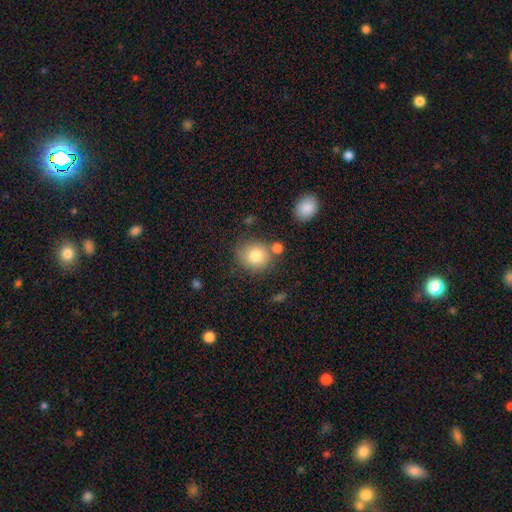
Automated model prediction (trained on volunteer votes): Smooth or featured?
  - smooth: 81% *
  - featured or disk: 10%
  - star or artifact: 9%
How rounded?
  - round: 82% *
  - in between: 17%
  - cigar-shaped: 1%
Merging?
  - none: 70% *
  - minor disturbance: 13%
  - merger: 12%
  - major disturbance: 4%